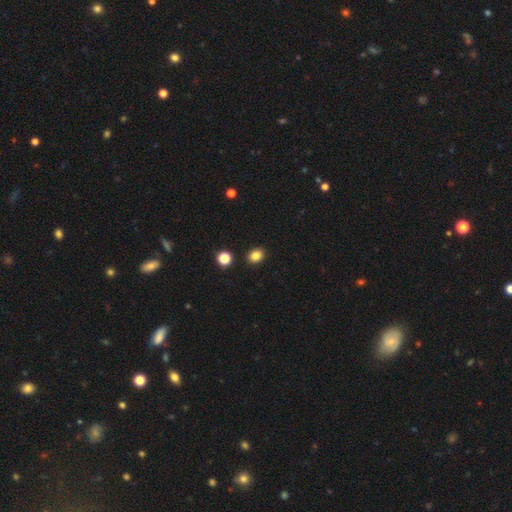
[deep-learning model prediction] Smooth or featured? smooth (84%)
How rounded? round (54%)
Merging? none (89%)